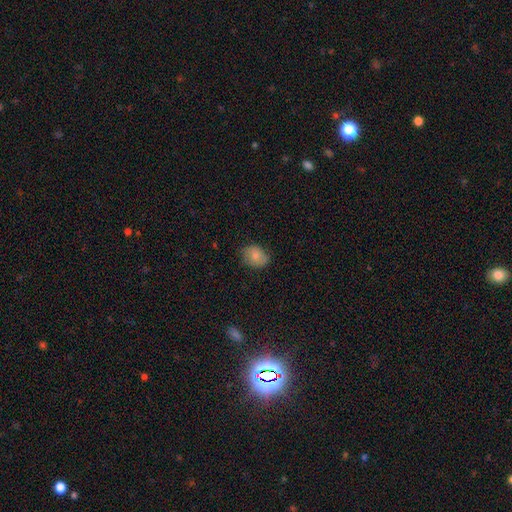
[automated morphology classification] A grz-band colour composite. It shows a smooth galaxy with no disk features (79%) that is in between round and cigar-shaped (64%). Merging: none (76%).